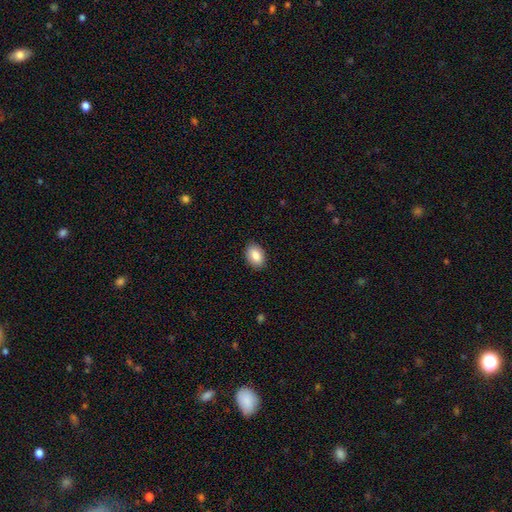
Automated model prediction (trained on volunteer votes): A smooth galaxy with no disk features (85%) that is in between round and cigar-shaped (87%). Merging: none (89%).